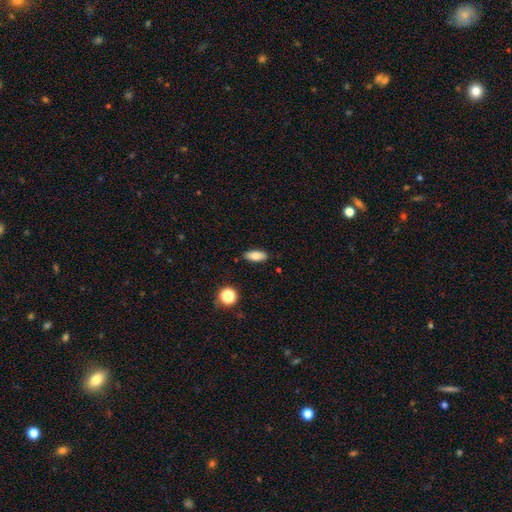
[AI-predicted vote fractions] Smooth or featured? Predicted: smooth (p=0.78). How rounded? Predicted: in between (p=0.80). Merging? Predicted: none (p=0.88).